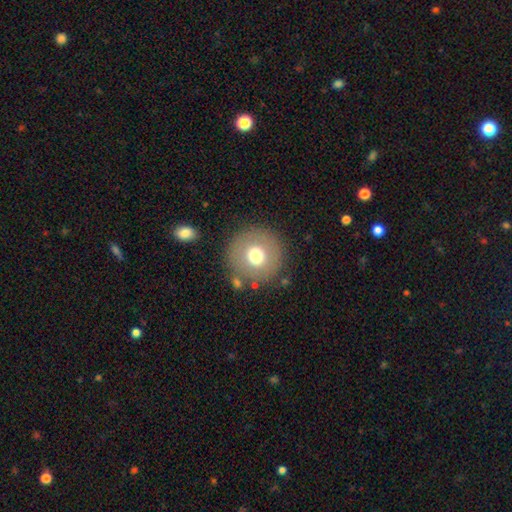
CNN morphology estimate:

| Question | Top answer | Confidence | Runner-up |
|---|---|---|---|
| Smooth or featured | smooth | 70% | featured or disk (19%) |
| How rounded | round | 96% | in between (3%) |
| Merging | none | 86% | minor disturbance (8%) |